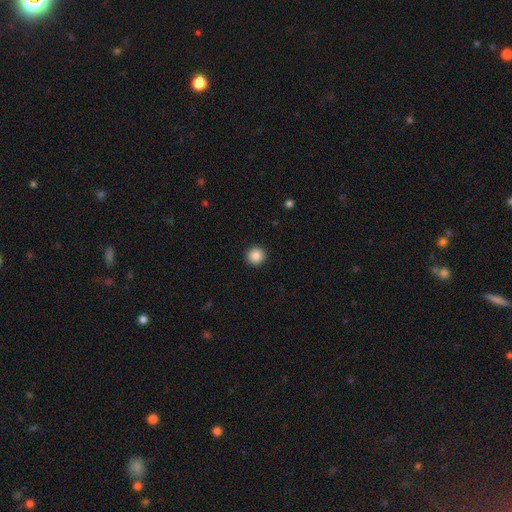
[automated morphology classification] This appears to be a smooth galaxy with no disk features (87%) that is round (96%). Merging: none (93%).